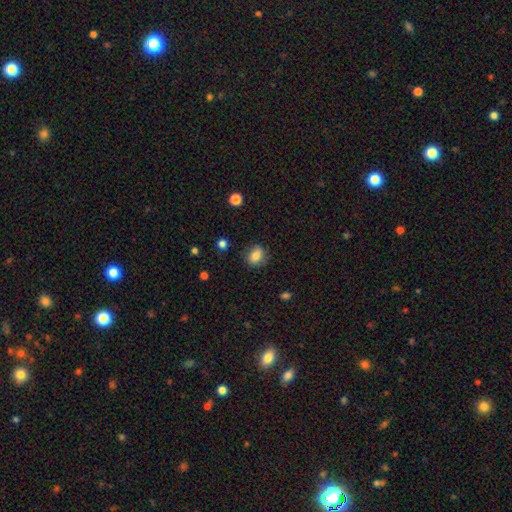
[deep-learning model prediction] smooth-or-featured: smooth: 81% | star or artifact: 10% | featured or disk: 9%
  how-rounded: round: 59% | in between: 40% | cigar-shaped: 1%
  merging: none: 79% | minor disturbance: 15% | major disturbance: 4% | merger: 1%